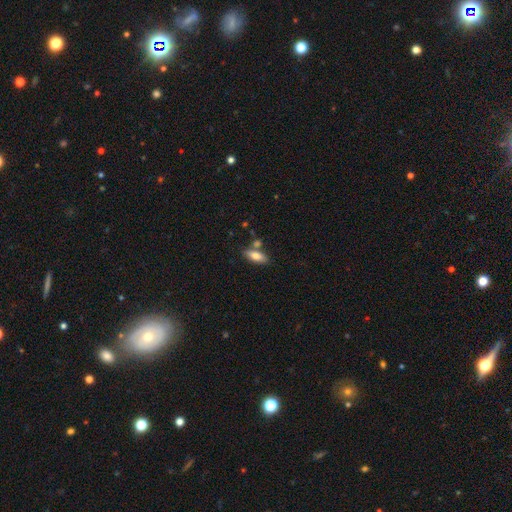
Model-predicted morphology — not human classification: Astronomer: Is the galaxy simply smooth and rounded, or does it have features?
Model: smooth — 79%.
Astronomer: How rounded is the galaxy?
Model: in between — 77%.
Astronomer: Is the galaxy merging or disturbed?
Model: none — 70%.